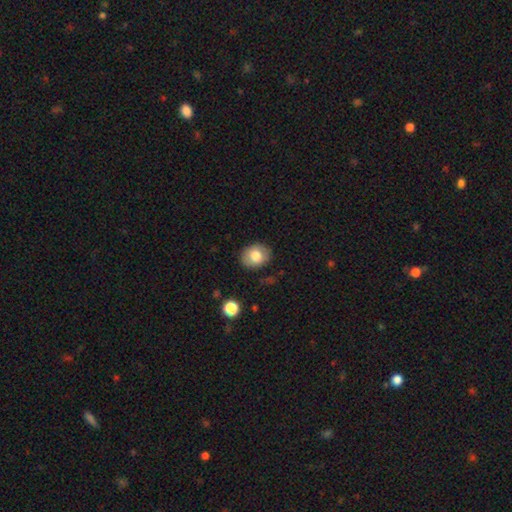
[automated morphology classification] Smooth or featured? smooth (77%)
How rounded? round (51%)
Merging? none (85%)